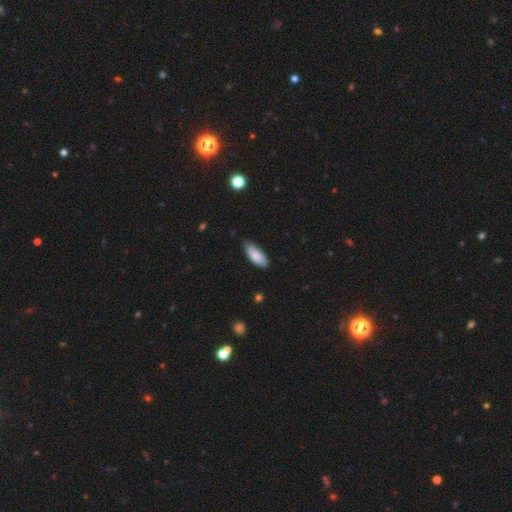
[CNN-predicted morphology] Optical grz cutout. It shows a smooth galaxy with no disk features (85%) that is in between round and cigar-shaped (78%). Merging: none (68%).